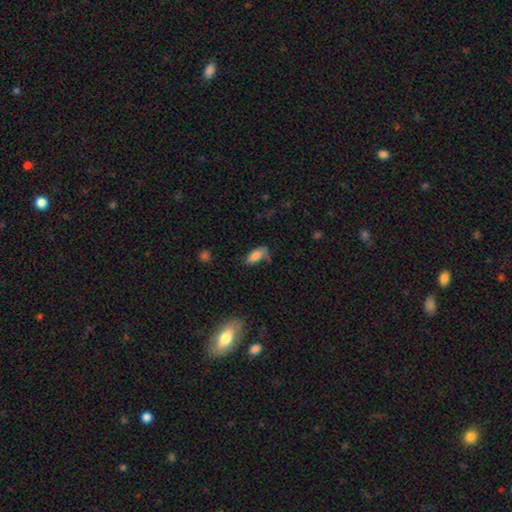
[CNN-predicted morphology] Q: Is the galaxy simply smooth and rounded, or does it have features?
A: smooth — 81%.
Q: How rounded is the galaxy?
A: in between — 88%.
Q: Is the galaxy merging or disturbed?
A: none — 49%.